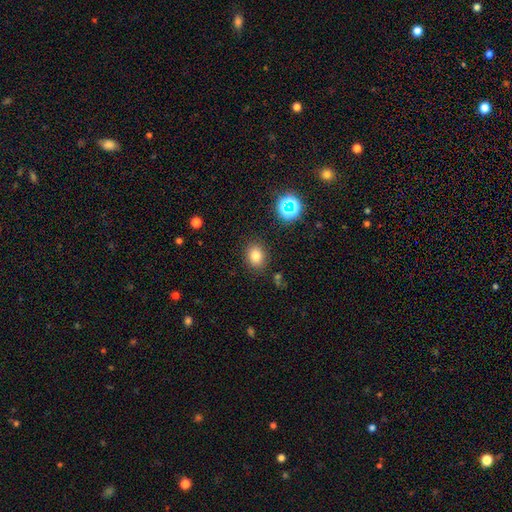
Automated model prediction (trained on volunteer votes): smooth_or_featured: smooth (p=0.78) [alt: star or artifact p=0.15]
how_rounded: round (p=0.52) [alt: in between p=0.47]
merging: none (p=0.85) [alt: minor disturbance p=0.10]